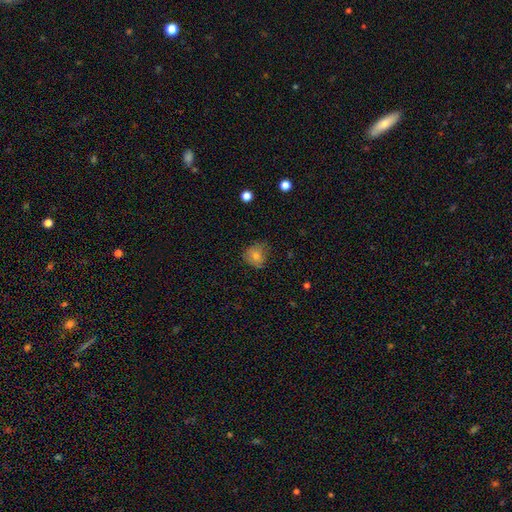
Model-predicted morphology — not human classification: smooth_or_featured: smooth (p=0.70) [alt: featured or disk p=0.16]
how_rounded: round (p=0.80) [alt: in between p=0.19]
merging: none (p=0.69) [alt: minor disturbance p=0.23]